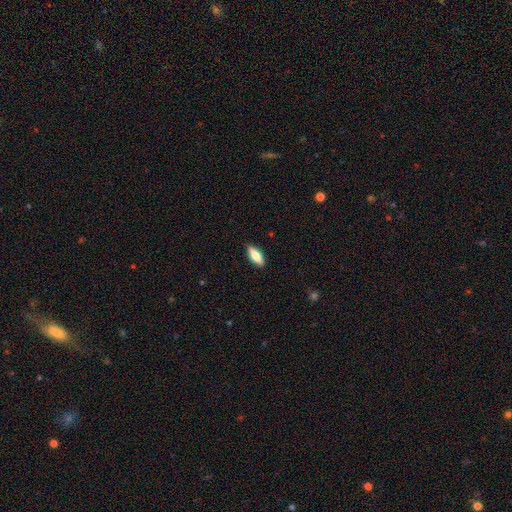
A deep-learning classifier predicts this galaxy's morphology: The model was most divided on "how rounded": in between: 61%, cigar-shaped: 37%, round: 2%. More confident: merging — none (89%); smooth or featured — smooth (70%).